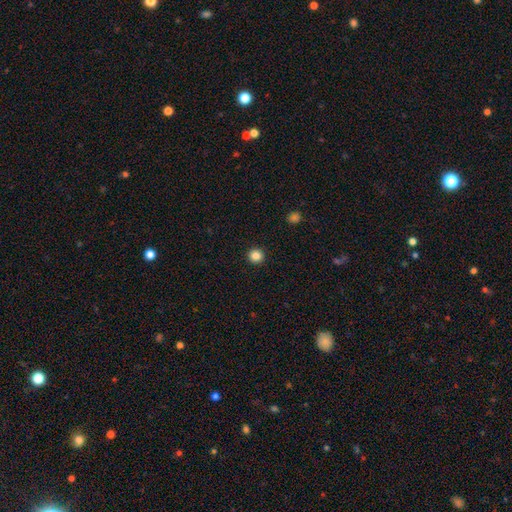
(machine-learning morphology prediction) The model was most divided on "smooth or featured": smooth: 85%, star or artifact: 11%, featured or disk: 4%. More confident: how rounded — round (95%); merging — none (93%).